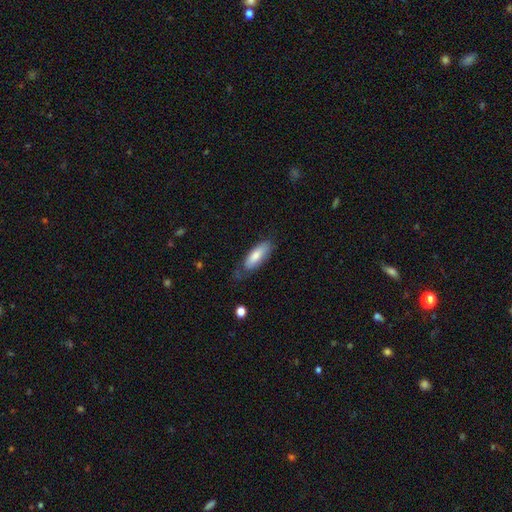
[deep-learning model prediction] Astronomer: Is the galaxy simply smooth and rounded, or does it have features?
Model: smooth — 78%.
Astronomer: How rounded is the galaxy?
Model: in between — 69%.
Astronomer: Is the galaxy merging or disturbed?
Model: none — 62%.